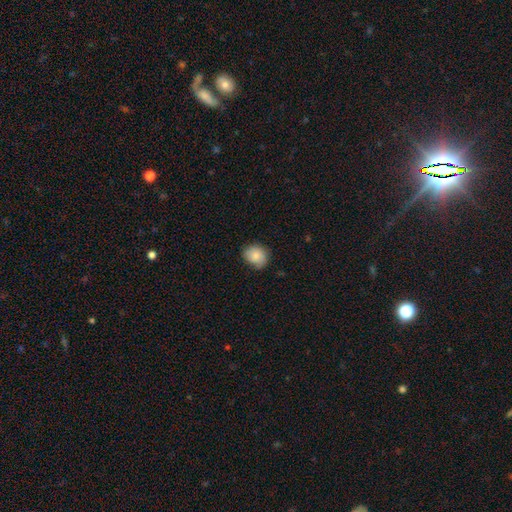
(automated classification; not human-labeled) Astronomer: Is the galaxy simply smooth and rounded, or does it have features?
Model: smooth — 83%.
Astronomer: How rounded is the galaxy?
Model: round — 66%.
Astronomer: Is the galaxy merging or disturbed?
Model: none — 71%.